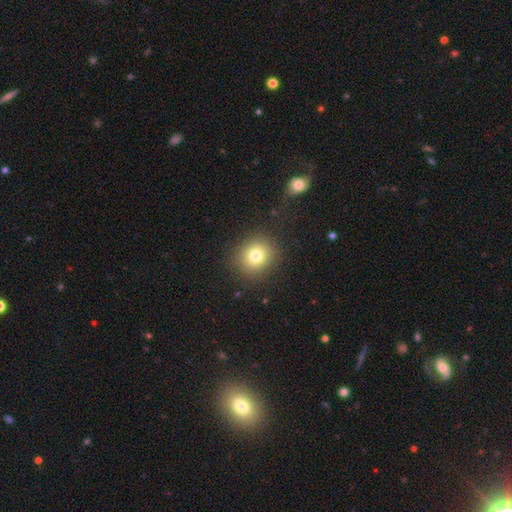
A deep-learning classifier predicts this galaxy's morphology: Smooth or featured?
  - smooth: 77% *
  - star or artifact: 13%
  - featured or disk: 10%
How rounded?
  - round: 83% *
  - in between: 17%
  - cigar-shaped: 1%
Merging?
  - none: 87% *
  - minor disturbance: 8%
  - major disturbance: 4%
  - merger: 2%